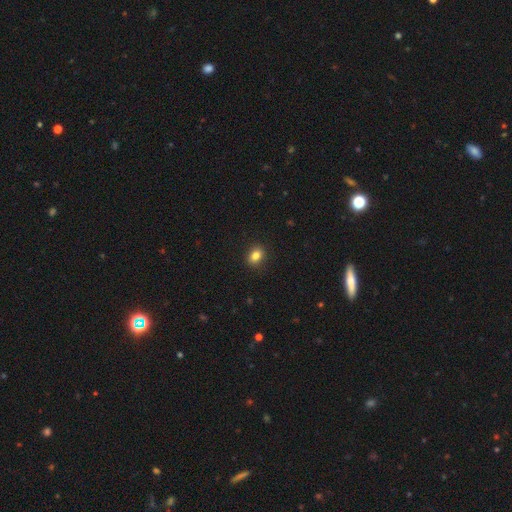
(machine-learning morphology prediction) Overall: smooth (83%). How rounded: in between (57%; round 42%). Merging: none (90%).